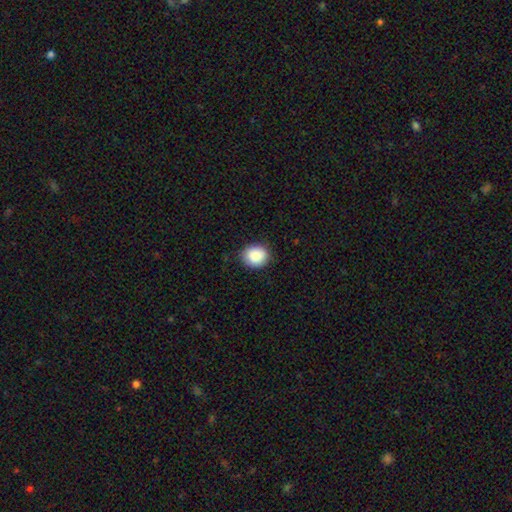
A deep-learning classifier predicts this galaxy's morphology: Smooth or featured: smooth — 88% (star or artifact — 8%)
How rounded: round — 72% (in between — 27%)
Merging: none — 87% (minor disturbance — 10%)